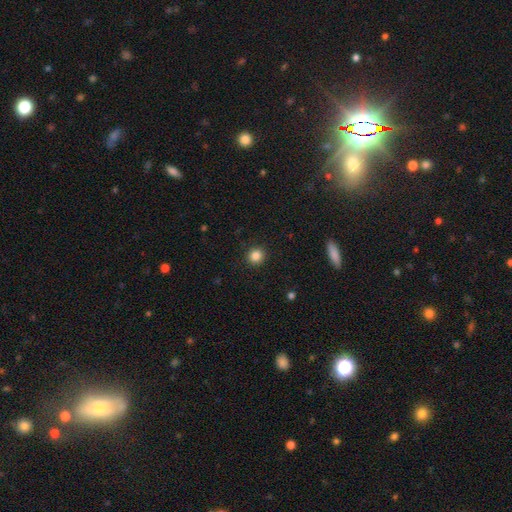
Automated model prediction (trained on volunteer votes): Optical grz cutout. It shows a smooth galaxy with no disk features (85%) that is round (91%). Merging: none (92%).